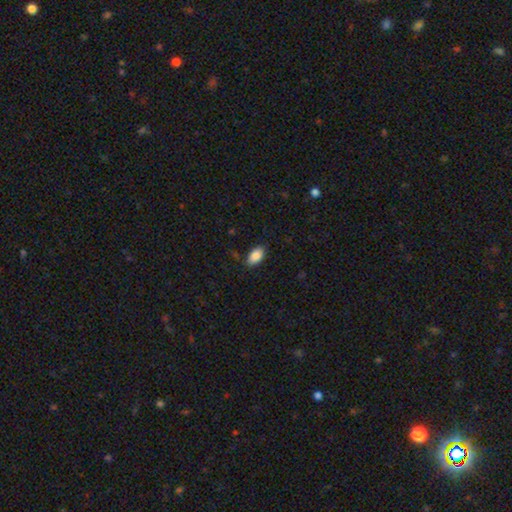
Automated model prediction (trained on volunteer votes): The model was most divided on "merging": none: 86%, minor disturbance: 11%, major disturbance: 2%, merger: 1%. More confident: how rounded — in between (93%); smooth or featured — smooth (87%).